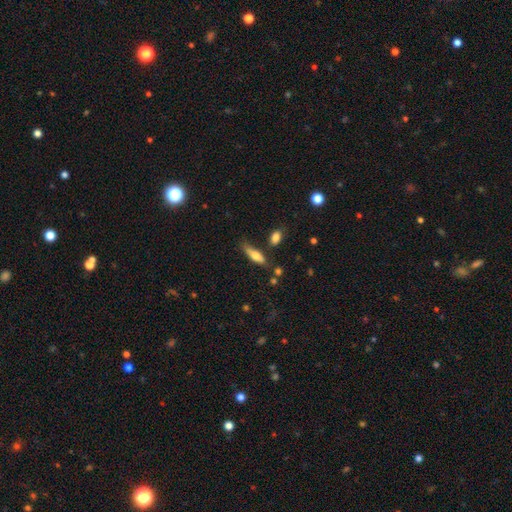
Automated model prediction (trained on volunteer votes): This is likely a smooth galaxy (68%). How rounded: possibly cigar-shaped (53%). Merging: likely none (61%).